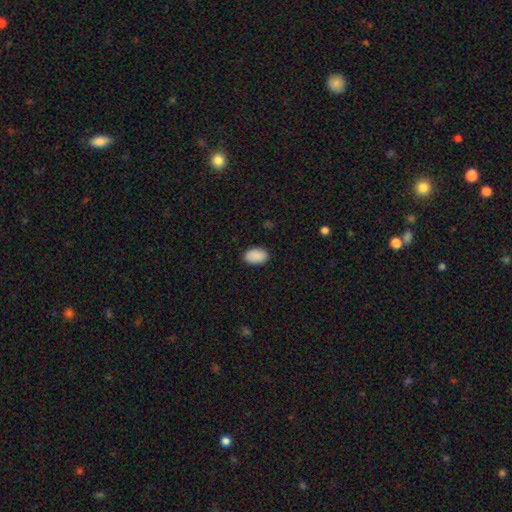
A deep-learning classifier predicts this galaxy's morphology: Smooth or featured: smooth — 90% (star or artifact — 7%)
How rounded: in between — 90% (round — 9%)
Merging: none — 88% (minor disturbance — 9%)